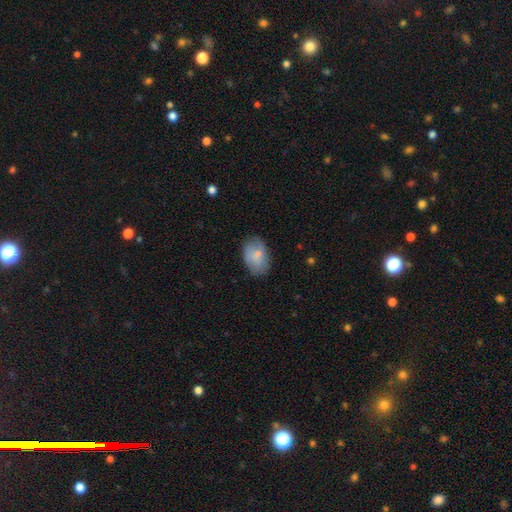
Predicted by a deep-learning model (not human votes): The model was most divided on "merging": none: 74%, minor disturbance: 19%, major disturbance: 5%, merger: 2%. More confident: how rounded — in between (87%); smooth or featured — smooth (77%).